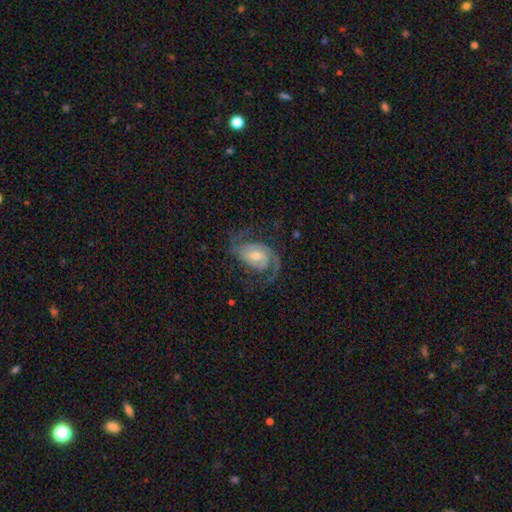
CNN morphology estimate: The model was most divided on "bar": weak: 44%, no: 42%, strong: 15%. More confident: spiral arms — yes (97%); edge-on disk — no (97%); smooth or featured — featured or disk (88%); spiral arm count — 2 (86%); merging — none (71%); bulge size — moderate (56%); spiral winding — medium (50%).